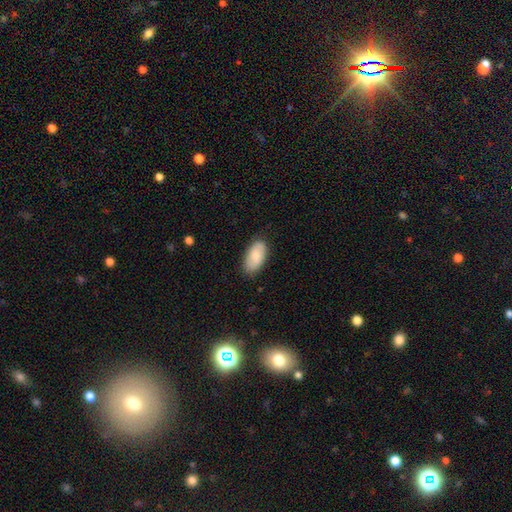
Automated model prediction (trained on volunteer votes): Smooth or featured: smooth — 81% (featured or disk — 14%)
How rounded: in between — 95% (cigar-shaped — 3%)
Merging: none — 82% (minor disturbance — 14%)